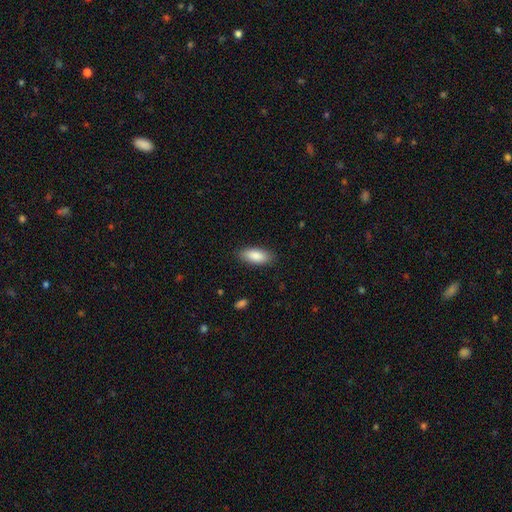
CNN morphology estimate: This appears to be a smooth galaxy with no disk features (88%) that is in between round and cigar-shaped (83%). Merging: none (87%).